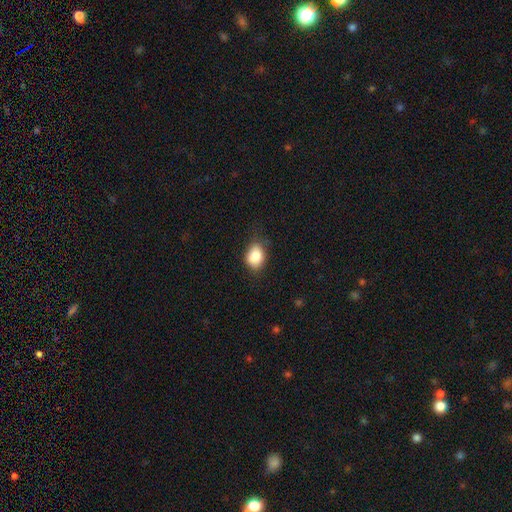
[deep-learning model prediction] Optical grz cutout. It shows a smooth galaxy with no disk features (86%) that is in between round and cigar-shaped (64%). Merging: none (66%).